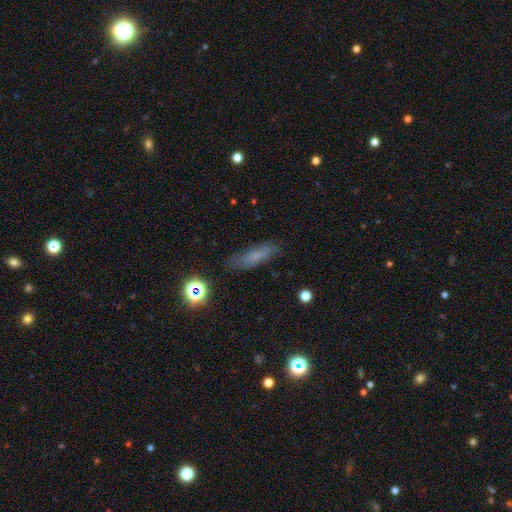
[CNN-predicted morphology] smooth 64%, featured or disk 20%, star or artifact 16%. Down the decision tree: how rounded — cigar-shaped (62%); merging — none (78%).